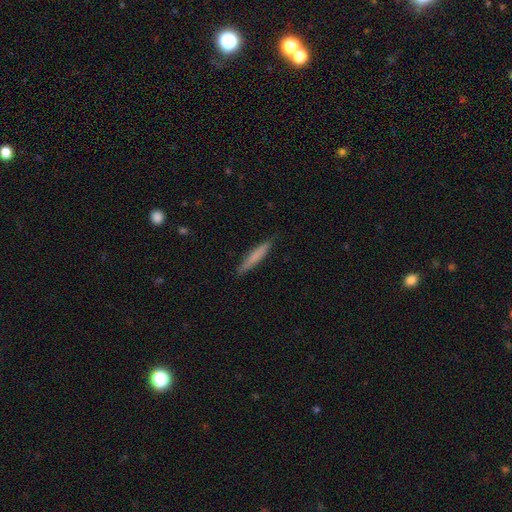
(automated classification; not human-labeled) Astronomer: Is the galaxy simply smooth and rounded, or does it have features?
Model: smooth — 72%.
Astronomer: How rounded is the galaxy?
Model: cigar-shaped — 94%.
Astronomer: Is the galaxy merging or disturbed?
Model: none — 88%.